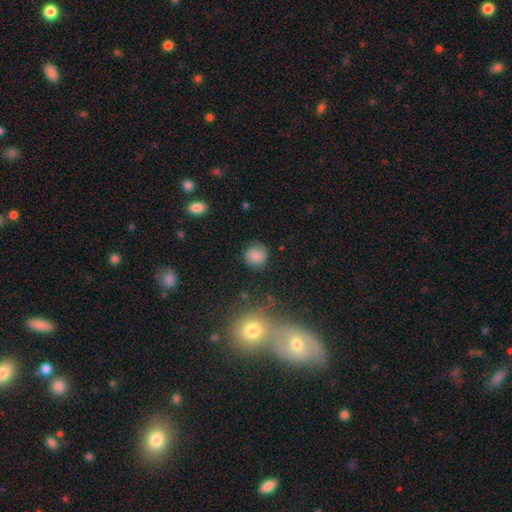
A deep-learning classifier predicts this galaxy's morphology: Q: Smooth or featured?
A: smooth (65%); runner-up: featured or disk (24%)
Q: How rounded?
A: round (87%); runner-up: in between (12%)
Q: Merging?
A: none (78%); runner-up: minor disturbance (15%)